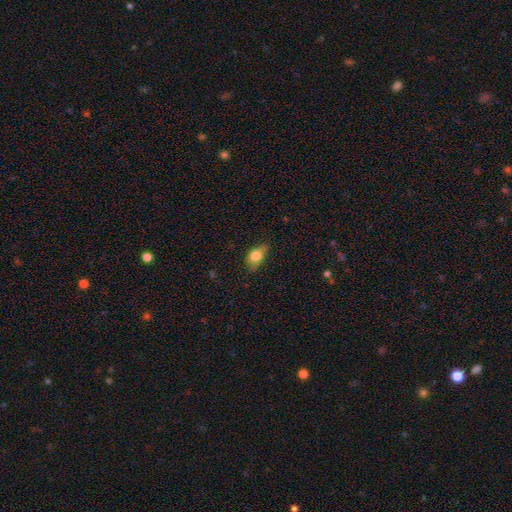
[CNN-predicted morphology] smooth 80%, featured or disk 12%, star or artifact 7%. Down the decision tree: how rounded — in between (84%); merging — none (65%).